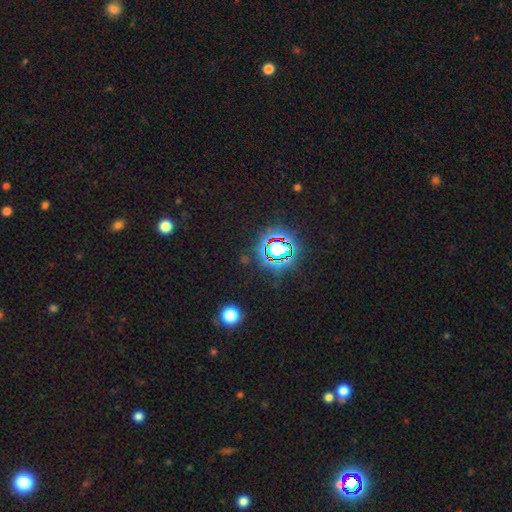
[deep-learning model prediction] The model was most divided on "smooth or featured": star or artifact: 81%, smooth: 12%, featured or disk: 7%.